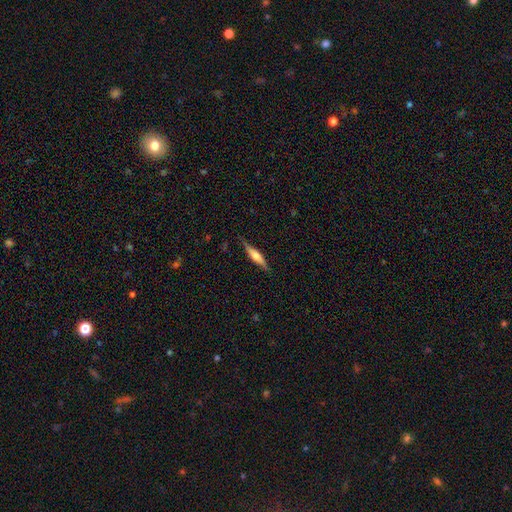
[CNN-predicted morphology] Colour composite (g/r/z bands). It shows a featured or disk galaxy (62%) viewed edge-on (96%) with a rounded central bulge (77%). Merging: none (84%).